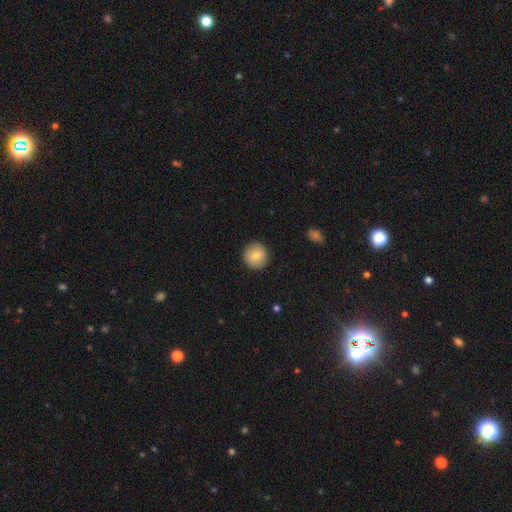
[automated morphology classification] This is likely a smooth galaxy (80%). How rounded: clearly round (95%). Merging: clearly none (92%).